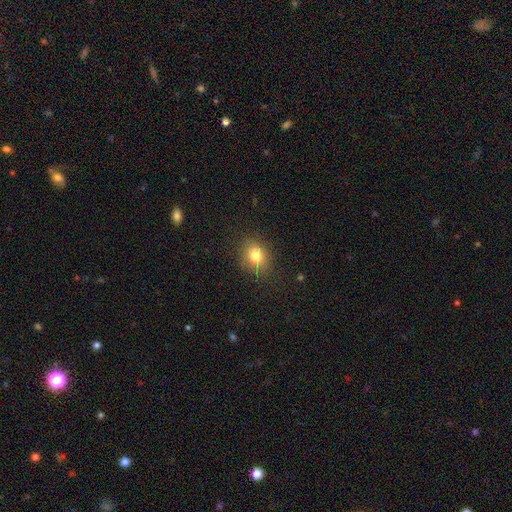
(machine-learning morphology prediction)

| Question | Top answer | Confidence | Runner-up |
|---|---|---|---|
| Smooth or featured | smooth | 79% | star or artifact (12%) |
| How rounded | round | 50% | in between (49%) |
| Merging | none | 81% | minor disturbance (14%) |